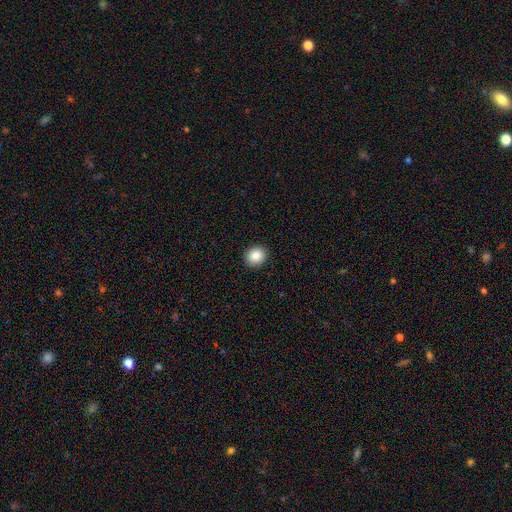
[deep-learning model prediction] Q: Smooth or featured?
A: smooth (87%); runner-up: star or artifact (9%)
Q: How rounded?
A: round (80%); runner-up: in between (19%)
Q: Merging?
A: none (92%); runner-up: minor disturbance (5%)